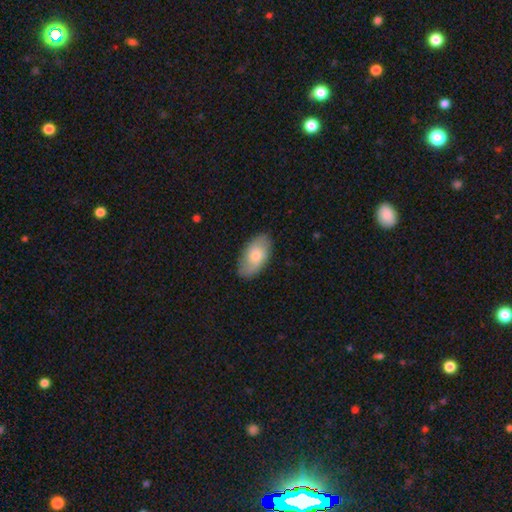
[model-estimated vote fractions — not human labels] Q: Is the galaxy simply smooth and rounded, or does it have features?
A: smooth — 59%.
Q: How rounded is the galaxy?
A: in between — 93%.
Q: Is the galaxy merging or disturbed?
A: none — 82%.